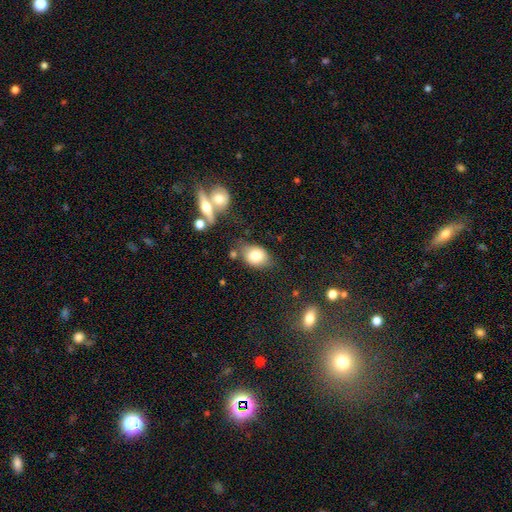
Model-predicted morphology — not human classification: smooth-or-featured: smooth: 78% | featured or disk: 13% | star or artifact: 9%
  how-rounded: in between: 74% | round: 25% | cigar-shaped: 1%
  merging: none: 66% | minor disturbance: 20% | merger: 8% | major disturbance: 6%